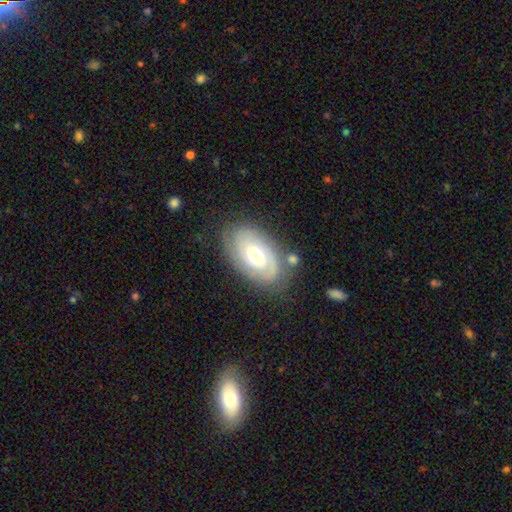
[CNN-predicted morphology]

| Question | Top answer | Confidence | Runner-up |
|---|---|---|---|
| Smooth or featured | featured or disk | 68% | smooth (26%) |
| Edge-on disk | no | 94% | yes (6%) |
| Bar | no | 67% | weak (27%) |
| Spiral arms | yes | 83% | no (17%) |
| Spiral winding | tight | 65% | medium (26%) |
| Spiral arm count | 2 | 44% | can't tell (35%) |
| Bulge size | moderate | 72% | small (16%) |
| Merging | none | 71% | minor disturbance (18%) |